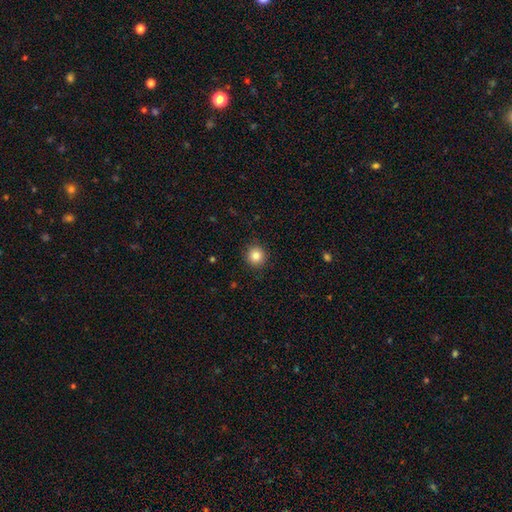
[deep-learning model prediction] The model was most divided on "smooth or featured": smooth: 85%, star or artifact: 11%, featured or disk: 5%. More confident: how rounded — round (93%); merging — none (91%).